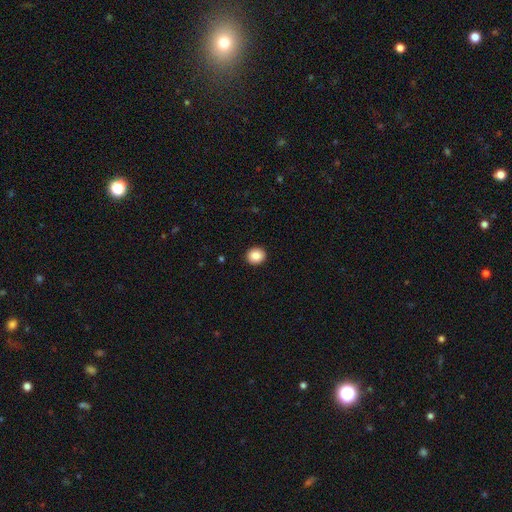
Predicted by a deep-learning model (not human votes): Smooth or featured?
  - smooth: 88% *
  - star or artifact: 9%
  - featured or disk: 4%
How rounded?
  - round: 86% *
  - in between: 13%
  - cigar-shaped: 1%
Merging?
  - none: 93% *
  - minor disturbance: 5%
  - major disturbance: 2%
  - merger: 1%